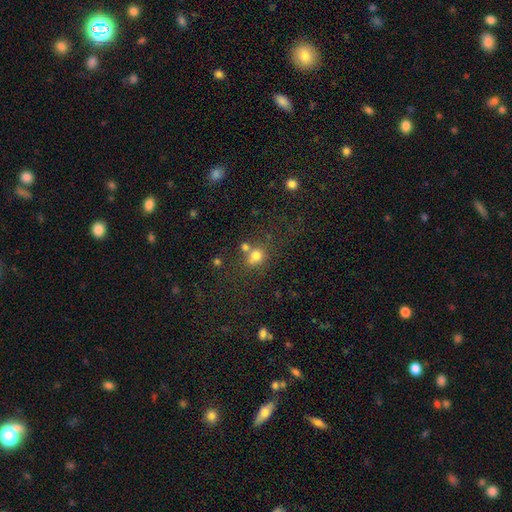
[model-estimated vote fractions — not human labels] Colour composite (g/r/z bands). It shows a smooth galaxy with no disk features (73%) that is round (74%). Merging: none (52%).